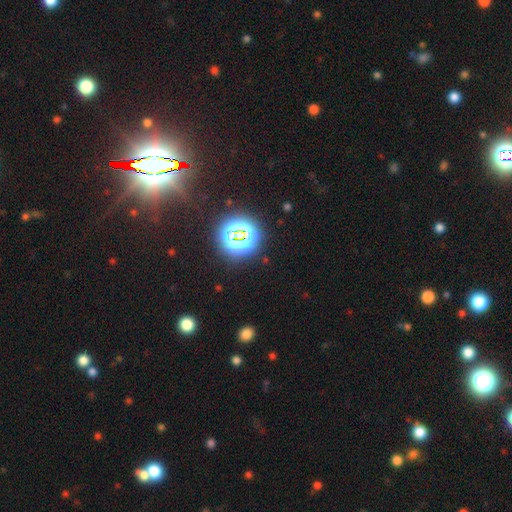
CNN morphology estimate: This appears to be a star or artifact, not a galaxy (83%).